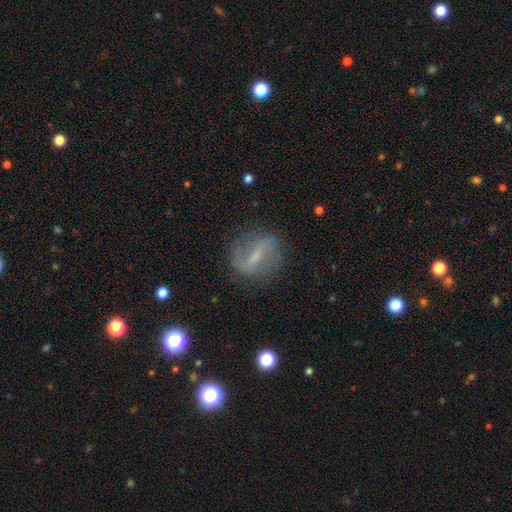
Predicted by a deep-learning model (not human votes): smooth-or-featured: featured or disk: 67% | smooth: 23% | star or artifact: 10%
  disk-edge-on: no: 90% | yes: 10%
    bar: strong: 57% | weak: 32% | no: 11%
    has-spiral-arms: yes: 65% | no: 35%
    bulge-size: small: 50% | none: 31% | moderate: 16% | large: 2% | dominant: 1%
  merging: none: 77% | minor disturbance: 14% | major disturbance: 7% | merger: 2%